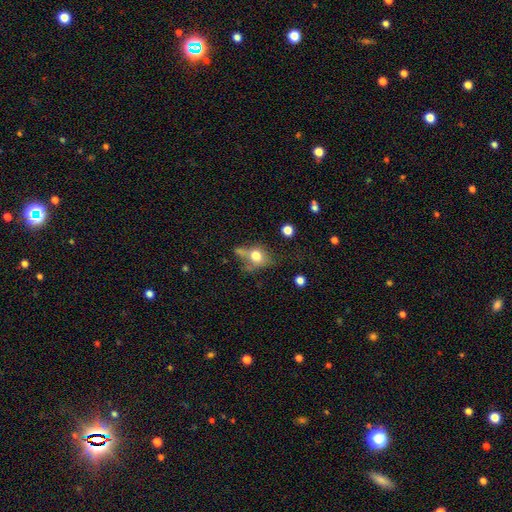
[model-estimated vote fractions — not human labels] Overall: smooth (68%). How rounded: round (53%; in between 44%). Merging: none (40%; minor disturbance 23%).